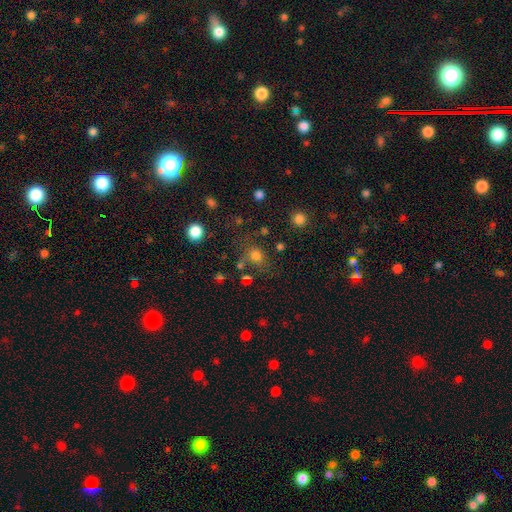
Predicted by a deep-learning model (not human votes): The model was most divided on "merging": none: 64%, minor disturbance: 16%, merger: 11%, major disturbance: 10%. More confident: how rounded — round (75%); smooth or featured — smooth (74%).